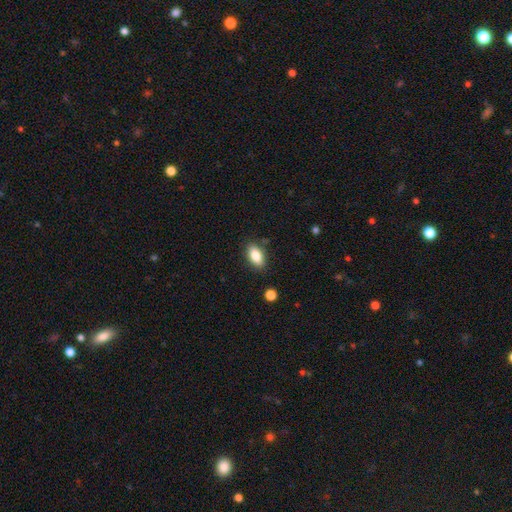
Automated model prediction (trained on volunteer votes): This appears to be a smooth galaxy with no disk features (85%) that is in between round and cigar-shaped (91%). Merging: none (85%).